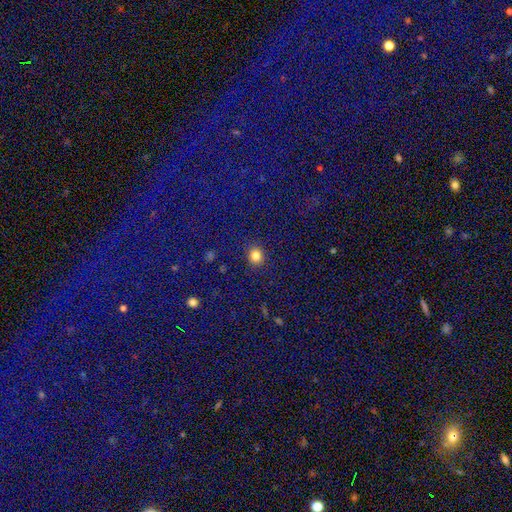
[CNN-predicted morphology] Overall: smooth (82%). How rounded: round (75%). Merging: none (88%).